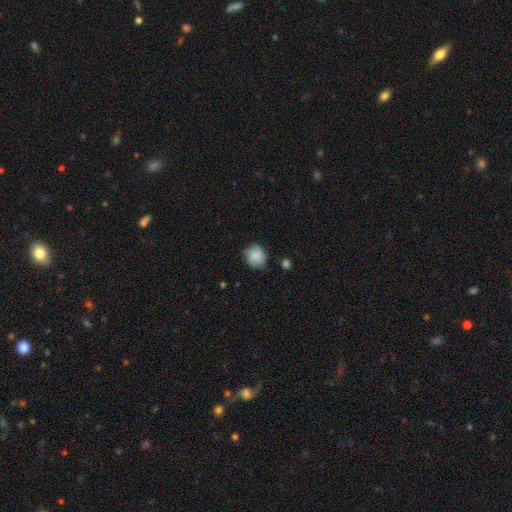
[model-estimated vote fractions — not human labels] Smooth or featured? Predicted: smooth (p=0.74). How rounded? Predicted: round (p=0.71). Merging? Predicted: none (p=0.70).